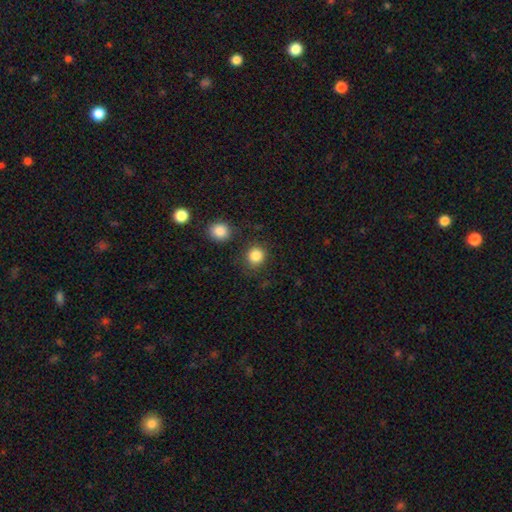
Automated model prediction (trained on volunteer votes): Morphology: type=smooth (85%); roundness=round (87%); merging=none (83%).